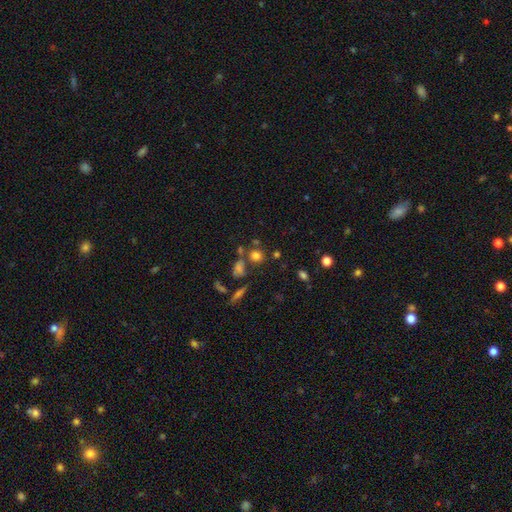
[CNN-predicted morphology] Smooth or featured?
  - smooth: 75% *
  - star or artifact: 16%
  - featured or disk: 9%
How rounded?
  - round: 80% *
  - in between: 18%
  - cigar-shaped: 2%
Merging?
  - none: 67% *
  - merger: 18%
  - minor disturbance: 10%
  - major disturbance: 5%